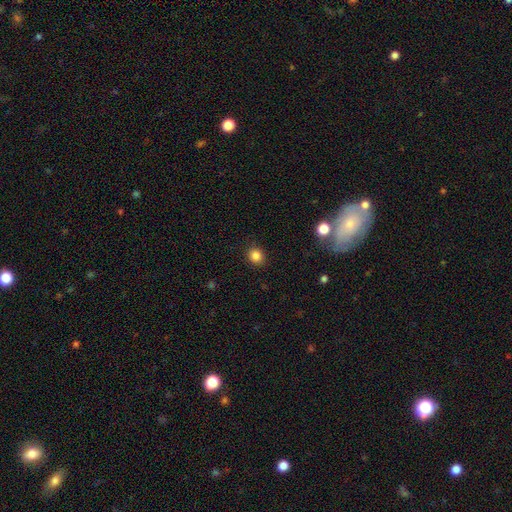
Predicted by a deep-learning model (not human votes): smooth 85%, star or artifact 11%, featured or disk 4%. Down the decision tree: how rounded — round (82%); merging — none (89%).